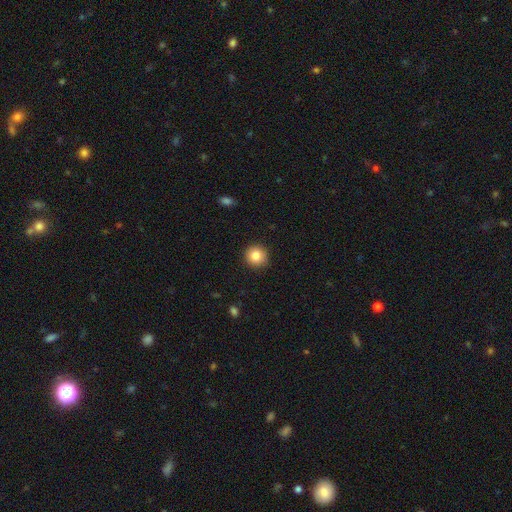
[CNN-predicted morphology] A smooth galaxy with no disk features (84%) that is round (93%).

Vote fractions:
- Smooth or featured? smooth: 84% / star or artifact: 10% / featured or disk: 6%
- How rounded? round: 93% / in between: 6% / cigar-shaped: 1%
- Merging? none: 91% / minor disturbance: 6% / major disturbance: 2% / merger: 1%